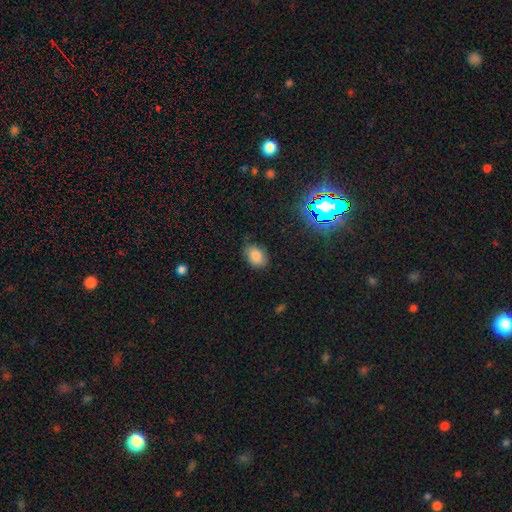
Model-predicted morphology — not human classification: Q: Smooth or featured?
A: smooth (81%); runner-up: star or artifact (12%)
Q: How rounded?
A: in between (76%); runner-up: round (23%)
Q: Merging?
A: none (68%); runner-up: minor disturbance (25%)